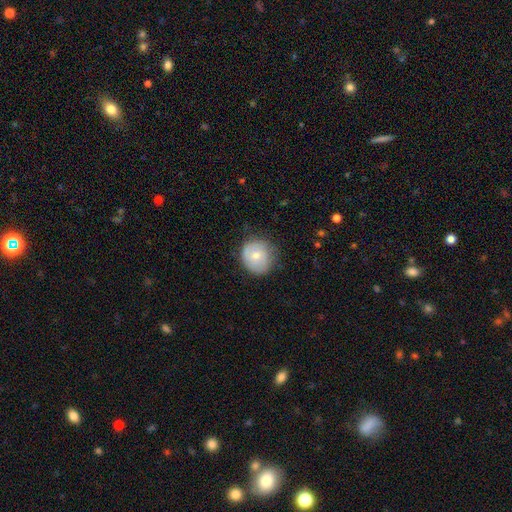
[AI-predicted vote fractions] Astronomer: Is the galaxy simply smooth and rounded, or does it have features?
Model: smooth — 71%.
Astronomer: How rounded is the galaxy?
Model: round — 88%.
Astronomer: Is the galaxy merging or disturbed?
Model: none — 69%.